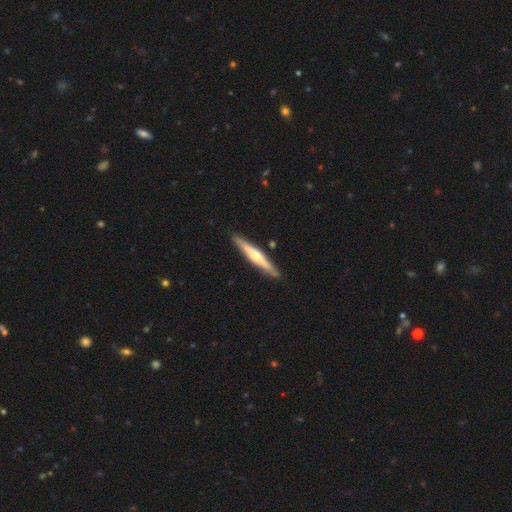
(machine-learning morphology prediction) smooth-or-featured: featured or disk: 63% | smooth: 32% | star or artifact: 5%
  disk-edge-on: yes: 96% | no: 4%
    edge-on-bulge: rounded: 85% | none: 9% | boxy: 6%
  merging: none: 89% | minor disturbance: 8% | major disturbance: 2% | merger: 2%